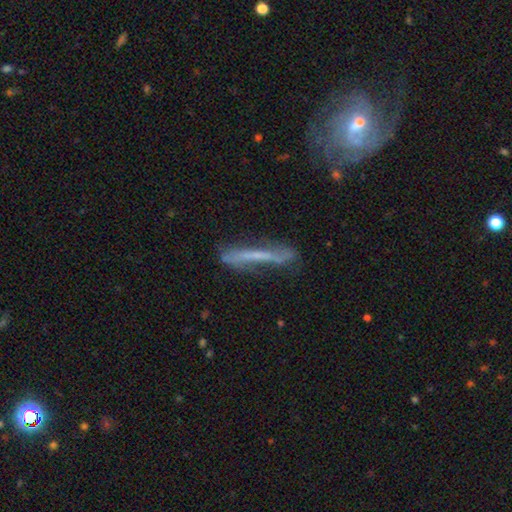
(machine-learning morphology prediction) type=featured or disk (53%); edge-on=yes (66%); merging=none (58%).